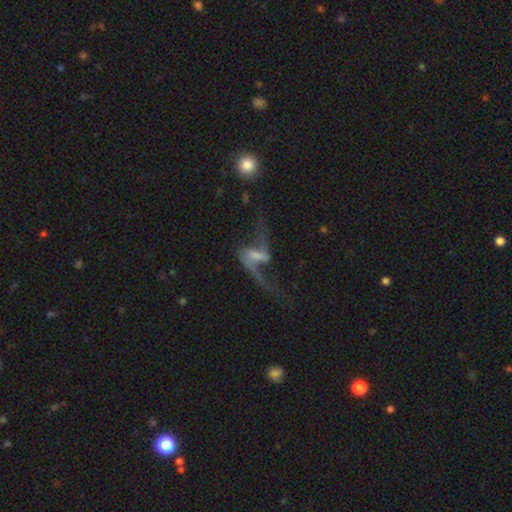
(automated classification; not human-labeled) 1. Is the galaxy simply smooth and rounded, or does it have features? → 81% featured or disk, 11% smooth, 8% star or artifact.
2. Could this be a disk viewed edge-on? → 94% no, 6% yes.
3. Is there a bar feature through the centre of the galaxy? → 45% weak, 29% strong, 26% no.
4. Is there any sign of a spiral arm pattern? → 89% yes, 11% no.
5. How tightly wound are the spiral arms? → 89% loose, 9% medium, 2% tight.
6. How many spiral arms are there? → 84% 2, 10% 1, 3% can't tell, 1% 3, 1% 4, 1% more than 4.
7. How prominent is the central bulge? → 42% small, 27% moderate, 24% none, 5% large, 2% dominant.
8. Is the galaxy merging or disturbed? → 39% none, 36% major disturbance, 15% minor disturbance, 9% merger.